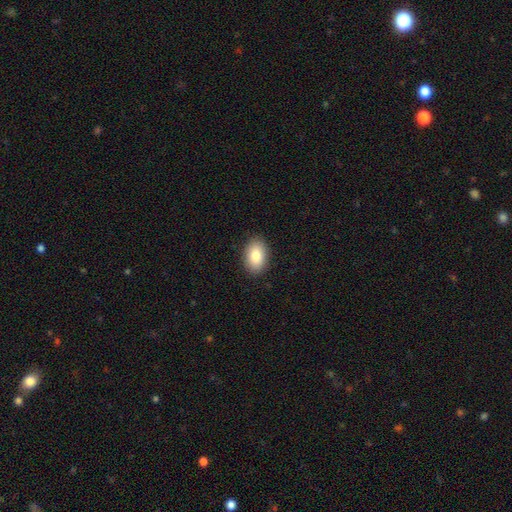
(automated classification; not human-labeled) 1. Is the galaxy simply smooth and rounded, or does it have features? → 84% smooth, 8% featured or disk, 7% star or artifact.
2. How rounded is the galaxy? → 90% in between, 9% round, 1% cigar-shaped.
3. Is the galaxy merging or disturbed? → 89% none, 8% minor disturbance, 2% major disturbance, 1% merger.